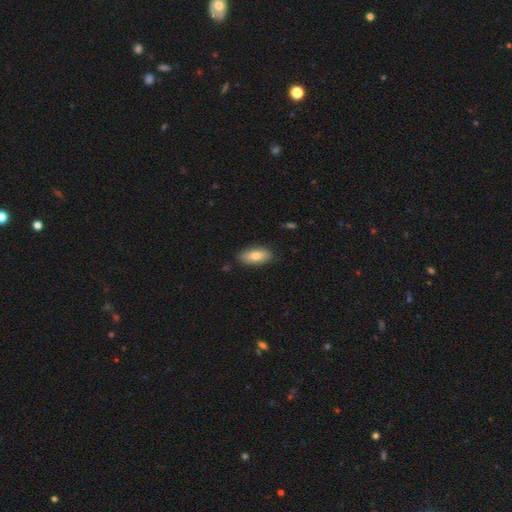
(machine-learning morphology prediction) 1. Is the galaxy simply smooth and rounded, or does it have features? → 75% smooth, 19% featured or disk, 6% star or artifact.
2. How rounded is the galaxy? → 85% in between, 11% cigar-shaped, 3% round.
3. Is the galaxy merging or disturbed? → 84% none, 13% minor disturbance, 2% major disturbance, 1% merger.